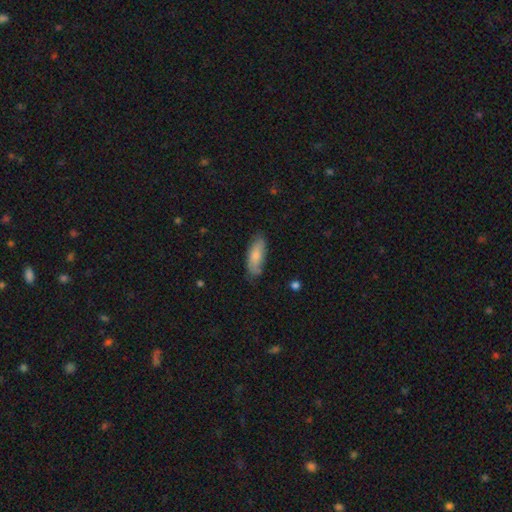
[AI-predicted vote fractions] A smooth galaxy with no disk features (76%) that is in between round and cigar-shaped (72%).

Vote fractions:
- Smooth or featured? smooth: 76% / featured or disk: 19% / star or artifact: 6%
- How rounded? in between: 72% / cigar-shaped: 27% / round: 2%
- Merging? none: 71% / minor disturbance: 23% / major disturbance: 4% / merger: 2%